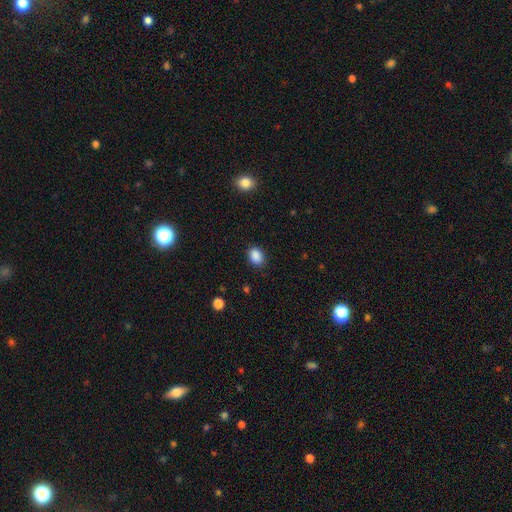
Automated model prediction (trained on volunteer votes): Smooth or featured? smooth (88%)
How rounded? in between (69%)
Merging? none (84%)